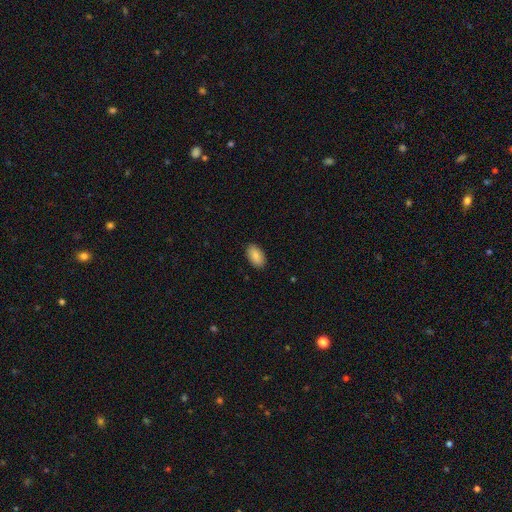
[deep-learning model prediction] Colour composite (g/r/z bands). It shows a smooth galaxy with no disk features (88%) that is in between round and cigar-shaped (94%). Merging: none (89%).